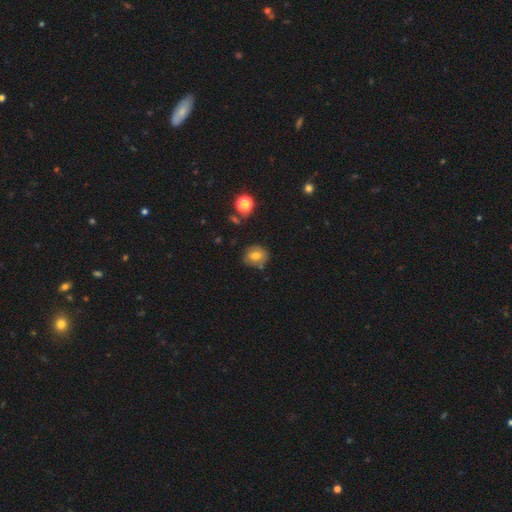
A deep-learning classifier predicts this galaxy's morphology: smooth-or-featured: smooth: 70% | featured or disk: 19% | star or artifact: 11%
  how-rounded: round: 66% | in between: 33% | cigar-shaped: 1%
  merging: none: 73% | minor disturbance: 18% | merger: 5% | major disturbance: 4%